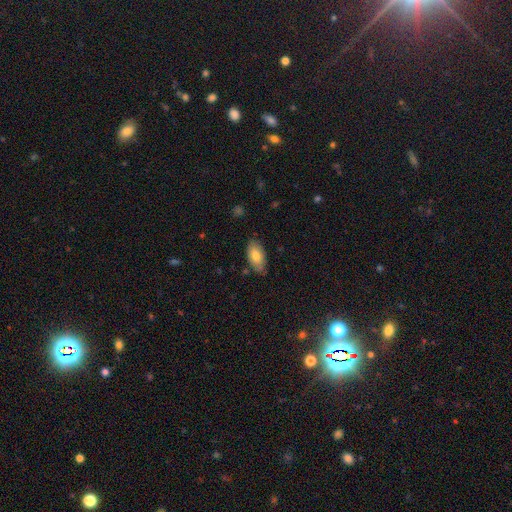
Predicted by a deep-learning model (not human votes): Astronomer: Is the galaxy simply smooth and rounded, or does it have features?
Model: smooth — 76%.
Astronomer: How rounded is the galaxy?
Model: in between — 94%.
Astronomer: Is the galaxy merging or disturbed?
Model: none — 78%.